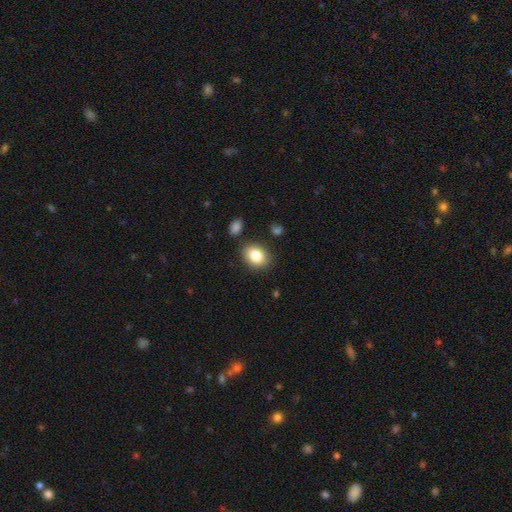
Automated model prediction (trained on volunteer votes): Q: Smooth or featured?
A: smooth (84%); runner-up: star or artifact (8%)
Q: How rounded?
A: in between (65%); runner-up: round (34%)
Q: Merging?
A: none (84%); runner-up: minor disturbance (10%)